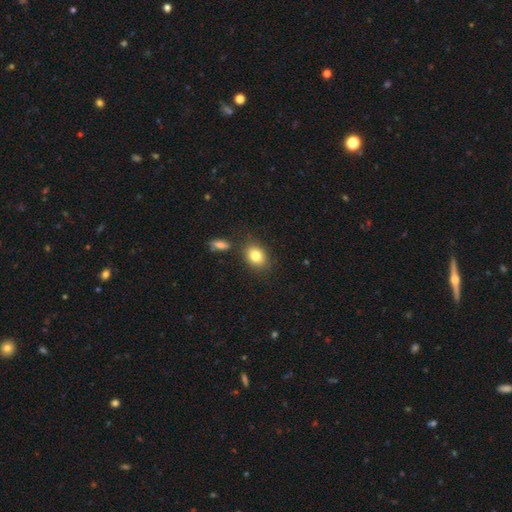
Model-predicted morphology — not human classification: smooth-or-featured: smooth: 81% | star or artifact: 10% | featured or disk: 9%
  how-rounded: in between: 58% | round: 41% | cigar-shaped: 1%
  merging: none: 77% | minor disturbance: 13% | merger: 7% | major disturbance: 4%